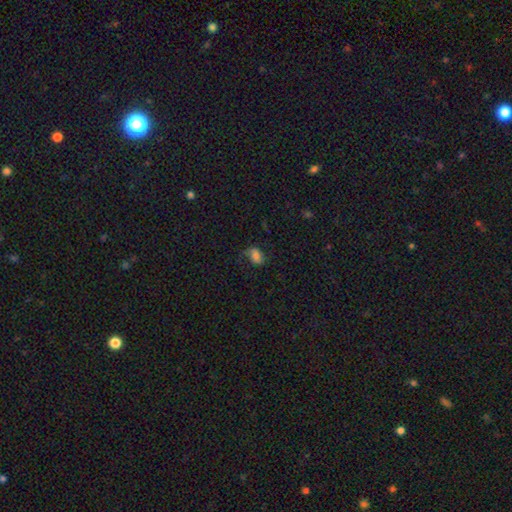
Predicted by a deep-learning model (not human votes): This is likely a smooth galaxy (65%). How rounded: clearly in between (81%). Merging: possibly none (50%).